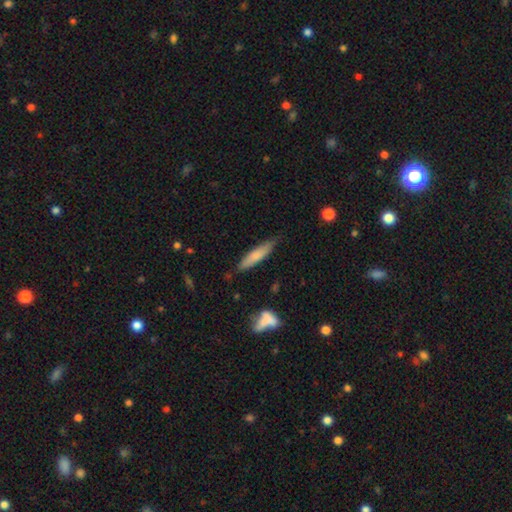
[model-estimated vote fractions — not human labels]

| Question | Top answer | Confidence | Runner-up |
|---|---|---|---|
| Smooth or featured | smooth | 72% | featured or disk (22%) |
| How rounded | cigar-shaped | 81% | in between (18%) |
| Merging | none | 75% | minor disturbance (19%) |